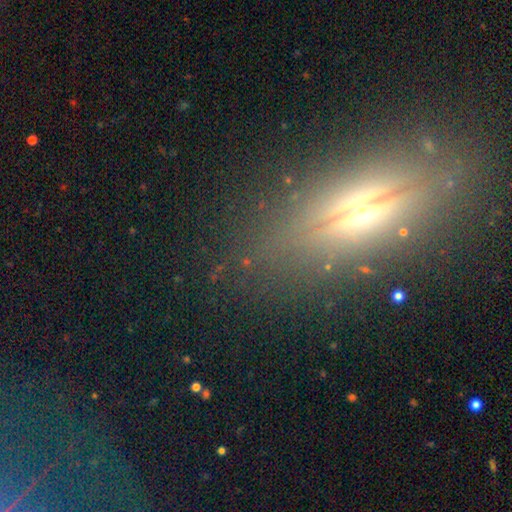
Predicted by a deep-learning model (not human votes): Smooth or featured?
  - featured or disk: 60% *
  - smooth: 20%
  - star or artifact: 20%
Edge-on disk?
  - yes: 81% *
  - no: 19%
Merging?
  - none: 80% *
  - minor disturbance: 11%
  - major disturbance: 7%
  - merger: 2%